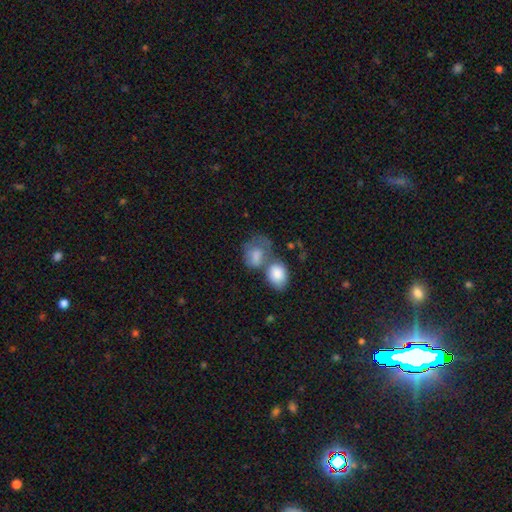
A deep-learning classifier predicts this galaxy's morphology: The model was most divided on "how rounded": in between: 66%, round: 33%, cigar-shaped: 1%. More confident: smooth or featured — smooth (76%); merging — merger (54%).